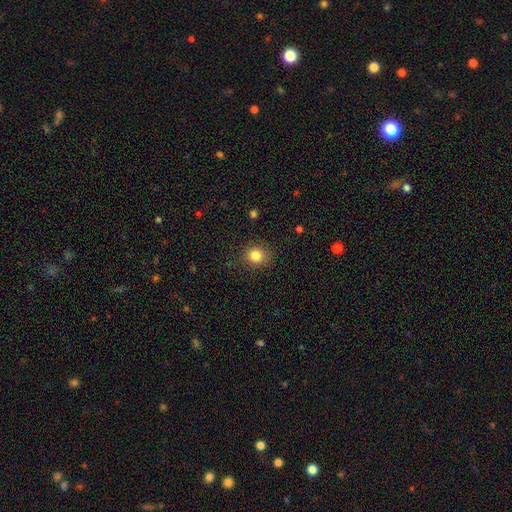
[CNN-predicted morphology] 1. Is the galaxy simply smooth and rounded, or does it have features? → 84% smooth, 11% star or artifact, 5% featured or disk.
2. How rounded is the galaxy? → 84% round, 15% in between, 1% cigar-shaped.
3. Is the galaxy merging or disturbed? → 87% none, 9% minor disturbance, 3% major disturbance, 1% merger.